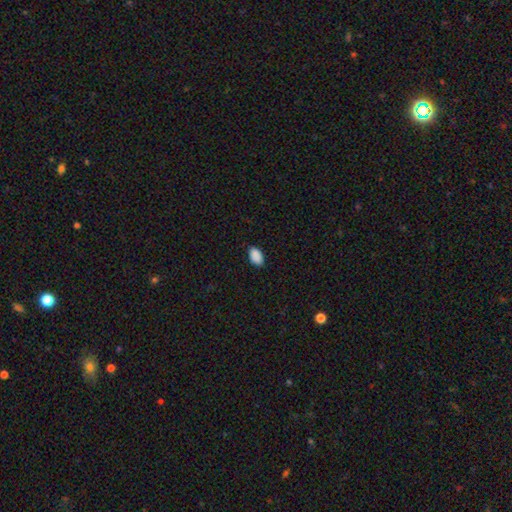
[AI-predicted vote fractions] A smooth galaxy with no disk features (89%) that is in between round and cigar-shaped (93%).

Vote fractions:
- Smooth or featured? smooth: 89% / star or artifact: 8% / featured or disk: 3%
- How rounded? in between: 93% / round: 6% / cigar-shaped: 1%
- Merging? none: 84% / minor disturbance: 13% / major disturbance: 2% / merger: 1%